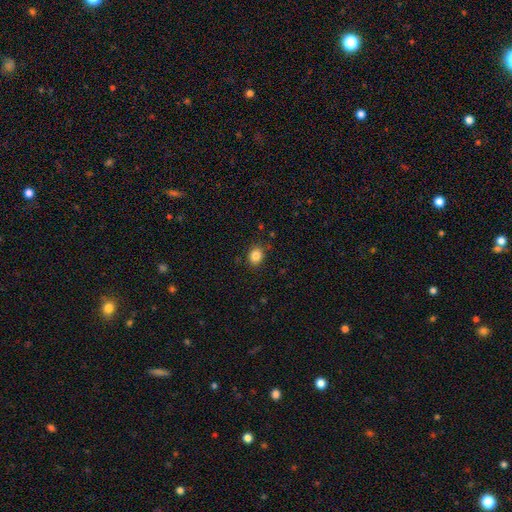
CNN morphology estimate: A smooth galaxy with no disk features (85%) that is round (53%).

Vote fractions:
- Smooth or featured? smooth: 85% / star or artifact: 10% / featured or disk: 4%
- How rounded? round: 53% / in between: 46% / cigar-shaped: 1%
- Merging? none: 86% / minor disturbance: 10% / major disturbance: 3% / merger: 2%